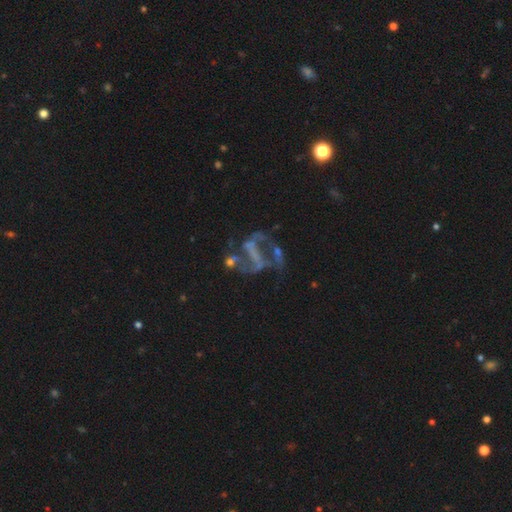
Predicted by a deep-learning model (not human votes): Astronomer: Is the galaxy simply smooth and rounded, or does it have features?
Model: featured or disk — 72%.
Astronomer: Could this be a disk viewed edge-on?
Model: no — 96%.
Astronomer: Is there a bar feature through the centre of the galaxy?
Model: strong — 42% (runner-up: no, 32%).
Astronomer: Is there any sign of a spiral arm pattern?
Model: yes — 59% (runner-up: no, 41%).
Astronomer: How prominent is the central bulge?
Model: none — 71%.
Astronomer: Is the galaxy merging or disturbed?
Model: none — 36% (runner-up: major disturbance, 35%).